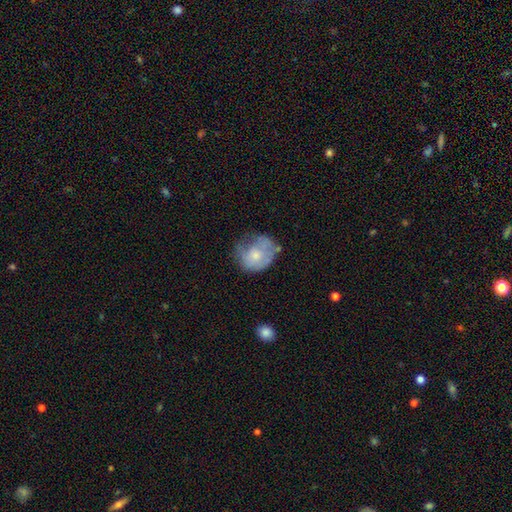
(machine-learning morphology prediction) A smooth galaxy with no disk features (55%) that is round (65%).

Vote fractions:
- Smooth or featured? smooth: 55% / featured or disk: 37% / star or artifact: 7%
- How rounded? round: 65% / in between: 35% / cigar-shaped: 1%
- Merging? none: 40% / minor disturbance: 33% / major disturbance: 22% / merger: 5%